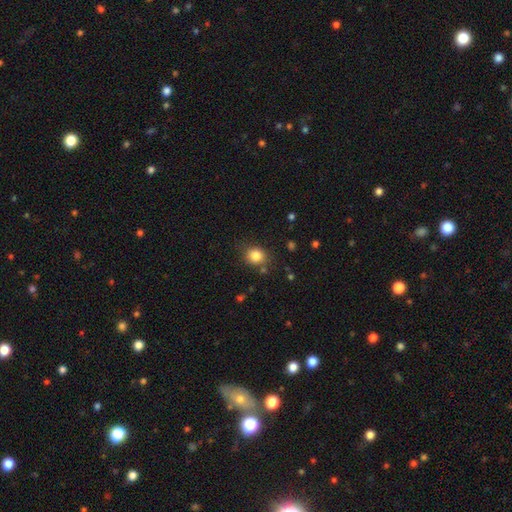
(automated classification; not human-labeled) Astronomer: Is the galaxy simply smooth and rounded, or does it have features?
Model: smooth — 83%.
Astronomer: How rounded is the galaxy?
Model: round — 77%.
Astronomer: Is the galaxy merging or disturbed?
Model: none — 80%.